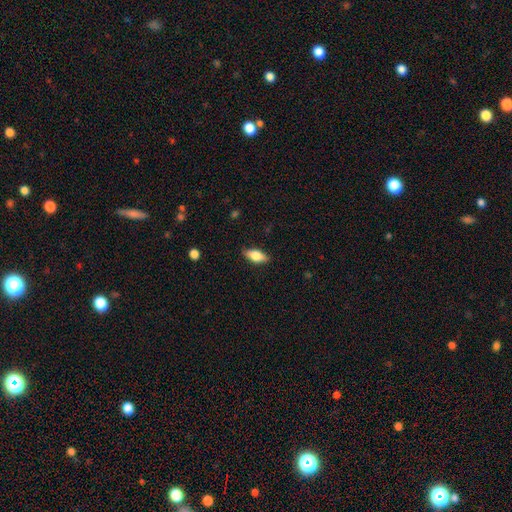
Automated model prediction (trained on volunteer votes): A smooth galaxy with no disk features (68%) that is in between round and cigar-shaped (82%).

Vote fractions:
- Smooth or featured? smooth: 68% / featured or disk: 25% / star or artifact: 7%
- How rounded? in between: 82% / cigar-shaped: 14% / round: 4%
- Merging? none: 86% / minor disturbance: 11% / major disturbance: 2% / merger: 1%